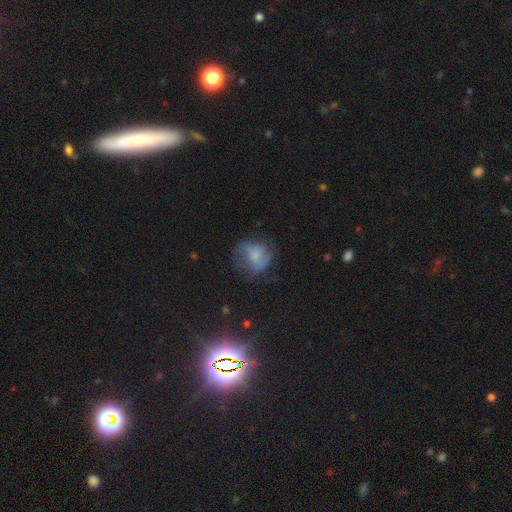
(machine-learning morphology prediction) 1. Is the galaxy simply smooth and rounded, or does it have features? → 50% smooth, 39% featured or disk, 11% star or artifact.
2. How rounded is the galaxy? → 66% round, 33% in between, 1% cigar-shaped.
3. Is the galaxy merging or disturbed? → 50% none, 26% minor disturbance, 22% major disturbance, 2% merger.